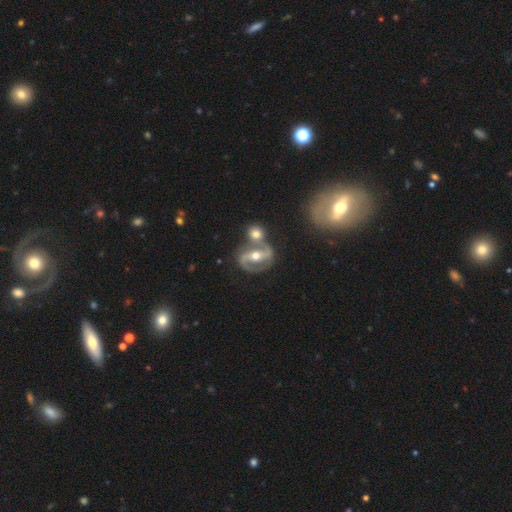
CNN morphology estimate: The model was most divided on "bar": strong: 56%, weak: 27%, no: 17%. More confident: edge-on disk — no (96%); spiral arms — yes (92%); spiral arm count — 2 (90%); smooth or featured — featured or disk (85%); bulge size — moderate (73%); merging — none (56%); spiral winding — medium (55%).